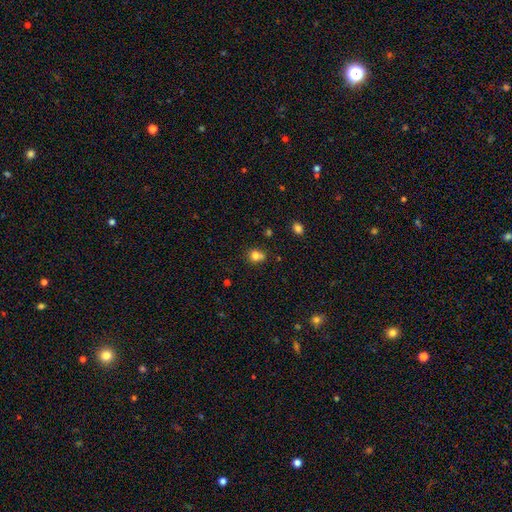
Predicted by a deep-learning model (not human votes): Smooth or featured: smooth — 77% (star or artifact — 13%)
How rounded: round — 70% (in between — 29%)
Merging: none — 50% (merger — 28%)